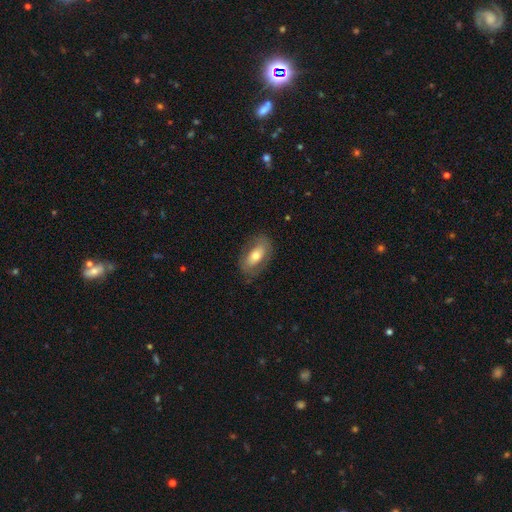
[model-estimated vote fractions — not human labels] smooth_or_featured: smooth (p=0.58) [alt: featured or disk p=0.35]
how_rounded: in between (p=0.86) [alt: cigar-shaped p=0.08]
merging: none (p=0.77) [alt: minor disturbance p=0.16]